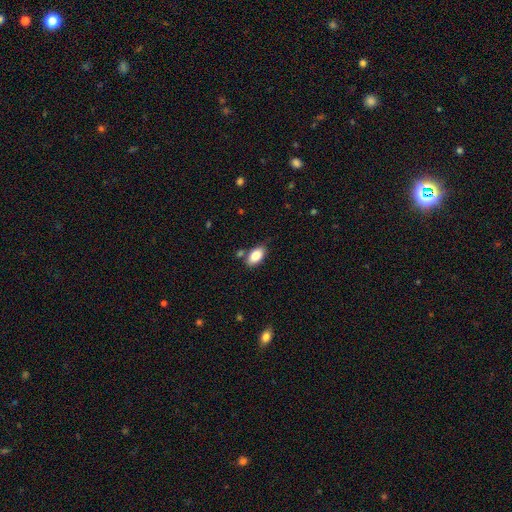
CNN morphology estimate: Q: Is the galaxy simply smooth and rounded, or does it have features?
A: smooth — 84%.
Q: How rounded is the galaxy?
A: in between — 92%.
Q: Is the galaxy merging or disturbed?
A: none — 75%.